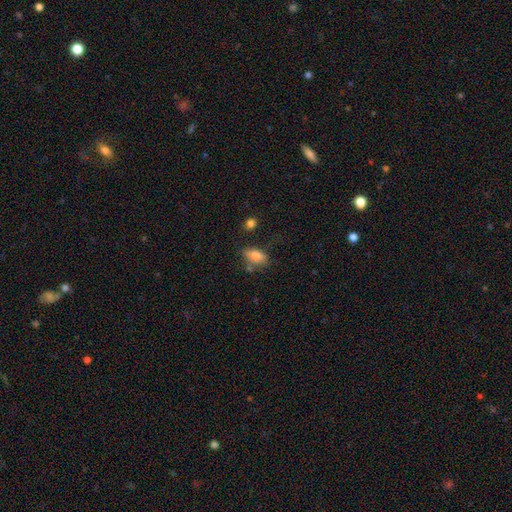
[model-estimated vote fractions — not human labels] Overall: smooth (78%). How rounded: in between (87%). Merging: none (58%; minor disturbance 24%).